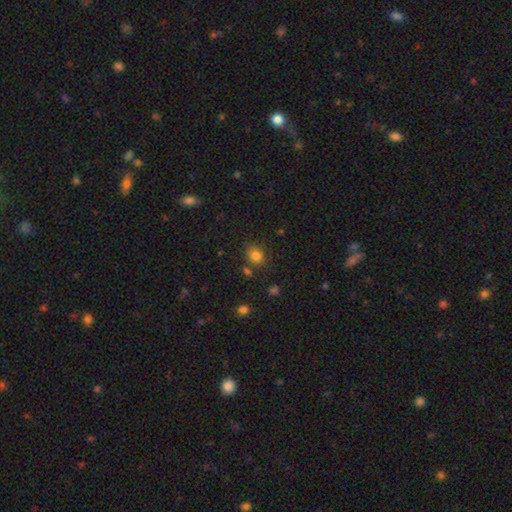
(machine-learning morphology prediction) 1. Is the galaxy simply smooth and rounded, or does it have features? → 82% smooth, 13% star or artifact, 5% featured or disk.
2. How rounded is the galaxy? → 64% round, 35% in between, 1% cigar-shaped.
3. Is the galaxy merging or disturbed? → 75% none, 13% minor disturbance, 8% merger, 4% major disturbance.